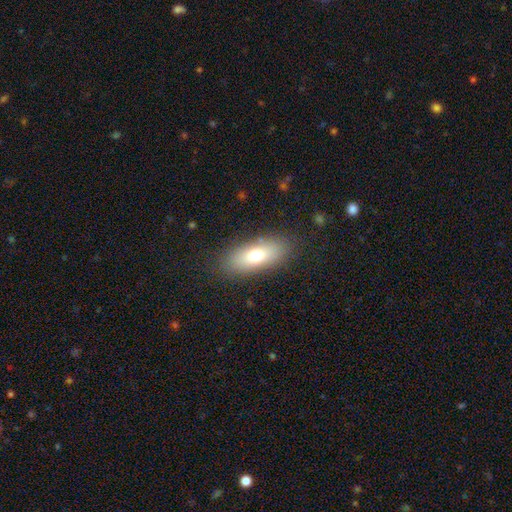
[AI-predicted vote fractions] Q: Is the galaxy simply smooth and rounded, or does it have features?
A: smooth — 71%.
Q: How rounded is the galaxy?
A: in between — 76%.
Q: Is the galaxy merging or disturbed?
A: none — 86%.